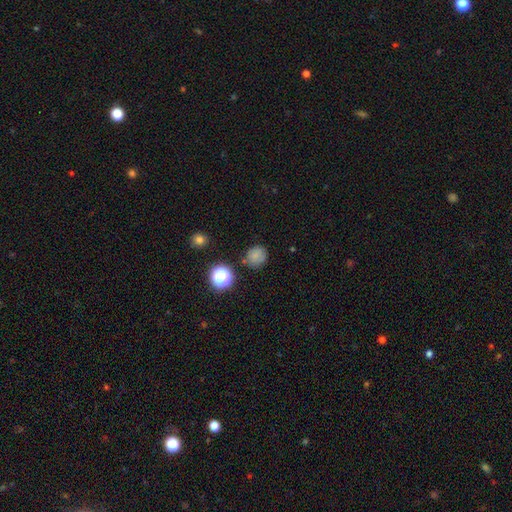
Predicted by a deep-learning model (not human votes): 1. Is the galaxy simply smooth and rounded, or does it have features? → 74% smooth, 17% star or artifact, 9% featured or disk.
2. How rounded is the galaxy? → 84% round, 15% in between, 1% cigar-shaped.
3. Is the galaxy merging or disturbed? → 77% none, 15% minor disturbance, 4% major disturbance, 4% merger.